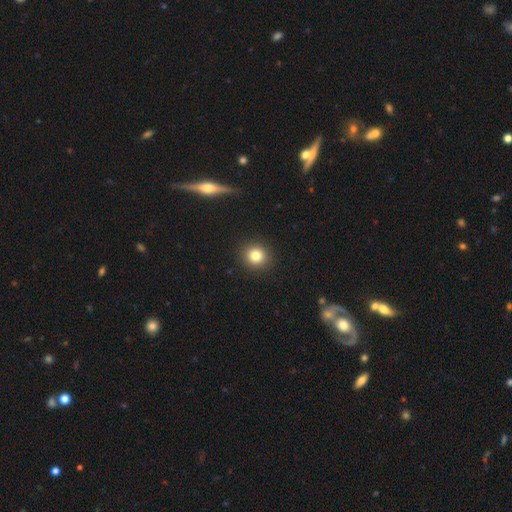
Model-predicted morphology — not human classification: Smooth or featured: smooth — 82% (star or artifact — 11%)
How rounded: round — 90% (in between — 9%)
Merging: none — 91% (minor disturbance — 6%)